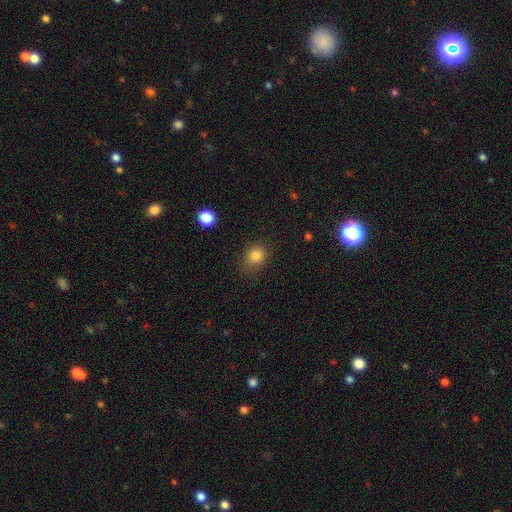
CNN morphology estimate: This is clearly a smooth galaxy (83%). How rounded: likely round (65%). Merging: likely none (75%).